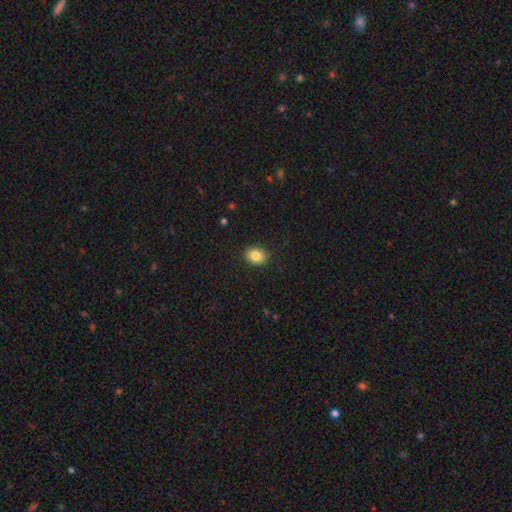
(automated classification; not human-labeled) A smooth galaxy with no disk features (85%) that is in between round and cigar-shaped (56%).

Vote fractions:
- Smooth or featured? smooth: 85% / star or artifact: 9% / featured or disk: 6%
- How rounded? in between: 56% / round: 43% / cigar-shaped: 1%
- Merging? none: 89% / minor disturbance: 8% / major disturbance: 2% / merger: 1%